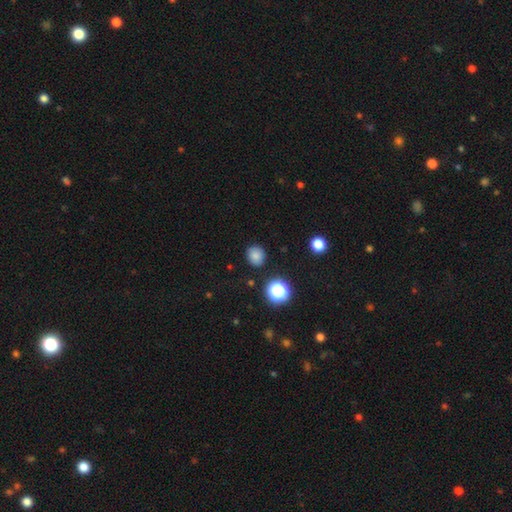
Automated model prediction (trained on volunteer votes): Smooth or featured? smooth (81%)
How rounded? round (77%)
Merging? none (86%)